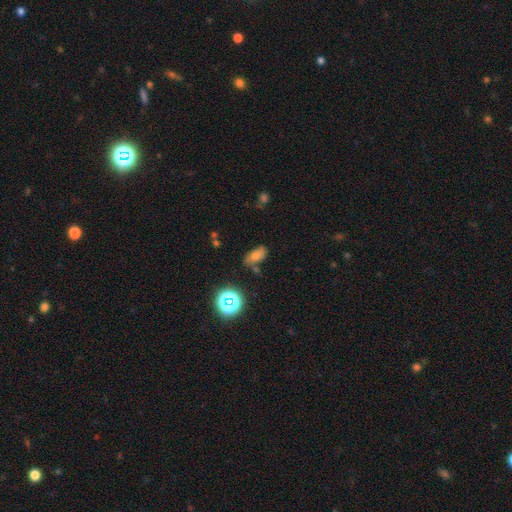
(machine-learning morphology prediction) type=smooth (65%); roundness=in between (85%); merging=none (67%).